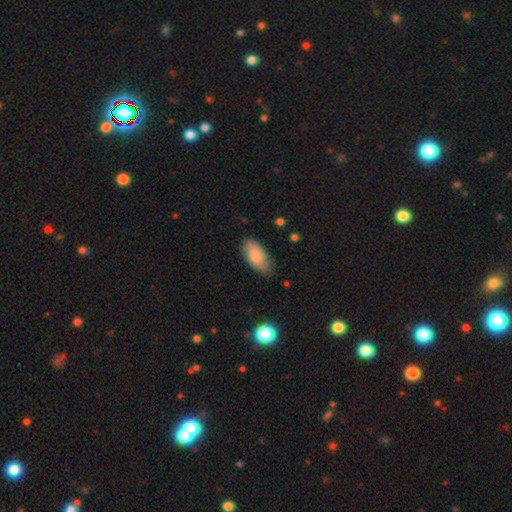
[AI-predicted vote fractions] Smooth or featured? Predicted: smooth (p=0.72). How rounded? Predicted: in between (p=0.93). Merging? Predicted: none (p=0.75).